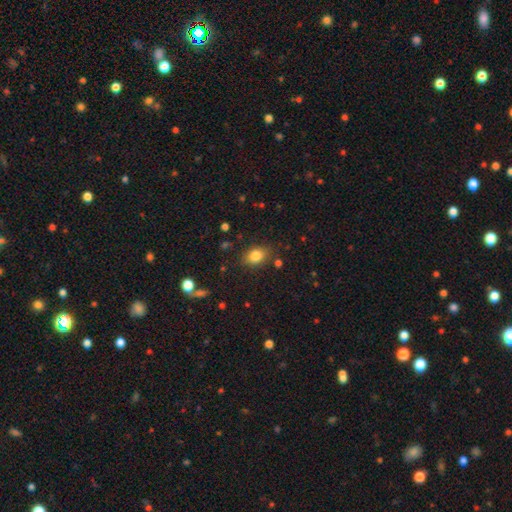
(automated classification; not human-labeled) Smooth or featured? smooth (83%)
How rounded? in between (71%)
Merging? none (81%)